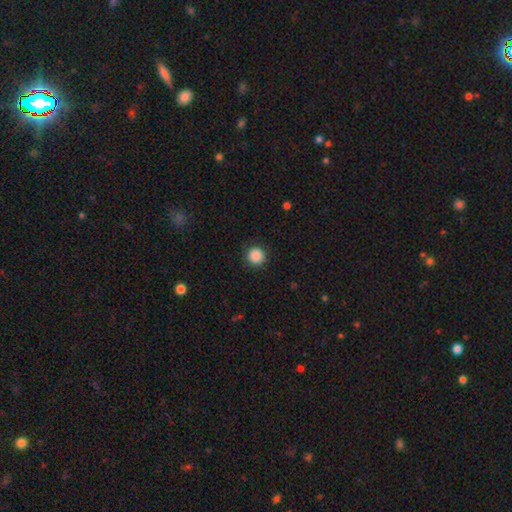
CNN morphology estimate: smooth-or-featured: smooth: 88% | star or artifact: 9% | featured or disk: 3%
  how-rounded: round: 95% | in between: 4% | cigar-shaped: 1%
  merging: none: 90% | minor disturbance: 6% | major disturbance: 2% | merger: 1%